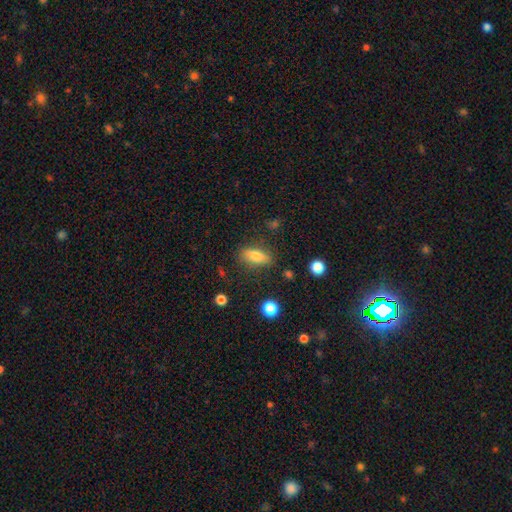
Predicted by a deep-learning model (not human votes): Smooth or featured?
  - smooth: 75% *
  - featured or disk: 16%
  - star or artifact: 9%
How rounded?
  - in between: 70% *
  - cigar-shaped: 26%
  - round: 5%
Merging?
  - none: 80% *
  - minor disturbance: 13%
  - major disturbance: 4%
  - merger: 2%